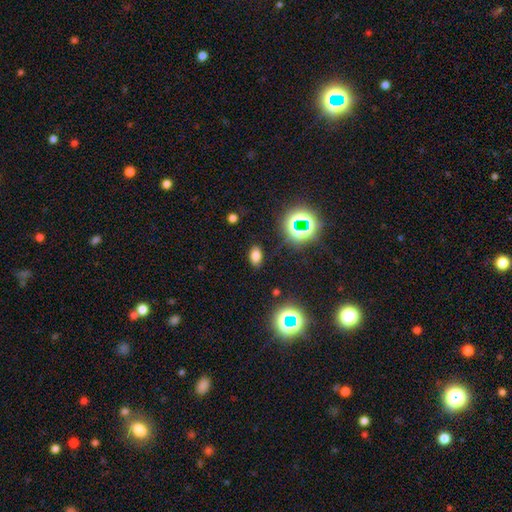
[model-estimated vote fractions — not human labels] Smooth or featured: smooth — 69% (star or artifact — 23%)
How rounded: in between — 88% (round — 10%)
Merging: none — 86% (minor disturbance — 9%)